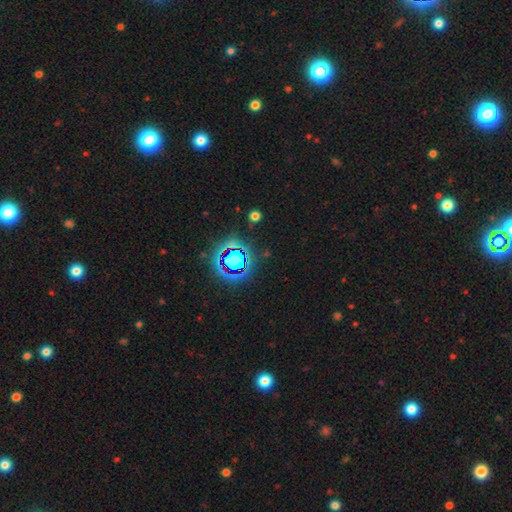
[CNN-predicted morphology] star or artifact 81%, smooth 12%, featured or disk 8%.